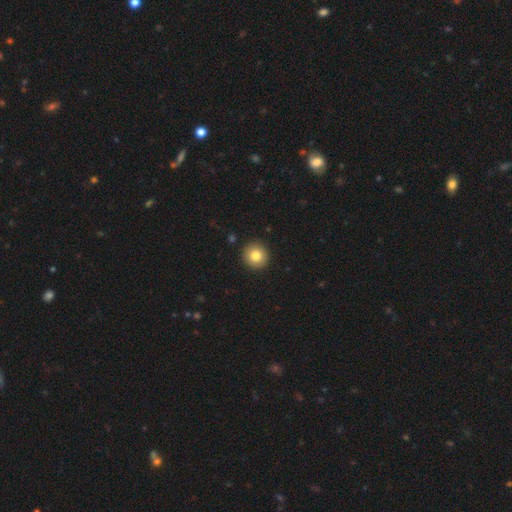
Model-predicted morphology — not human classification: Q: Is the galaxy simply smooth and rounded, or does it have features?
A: smooth — 82%.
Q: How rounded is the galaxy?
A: round — 94%.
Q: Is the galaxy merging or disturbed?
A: none — 93%.